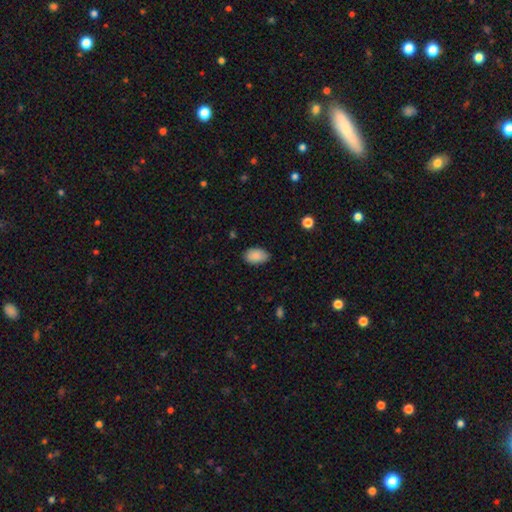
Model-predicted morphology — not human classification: Smooth or featured: smooth — 88% (star or artifact — 7%)
How rounded: in between — 92% (round — 7%)
Merging: none — 83% (minor disturbance — 14%)